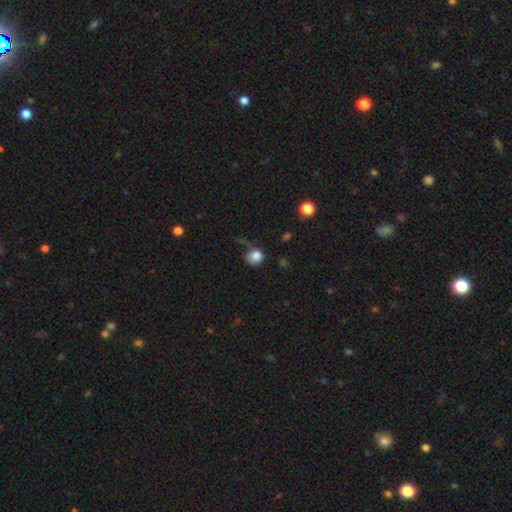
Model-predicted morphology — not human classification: smooth_or_featured: smooth (p=0.83) [alt: star or artifact p=0.10]
how_rounded: round (p=0.84) [alt: in between p=0.15]
merging: none (p=0.50) [alt: minor disturbance p=0.23]